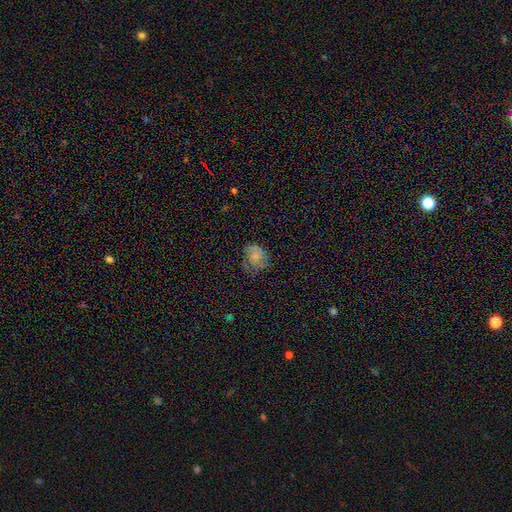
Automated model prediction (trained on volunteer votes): Morphology: type=smooth (56%); roundness=round (55%); merging=none (57%).